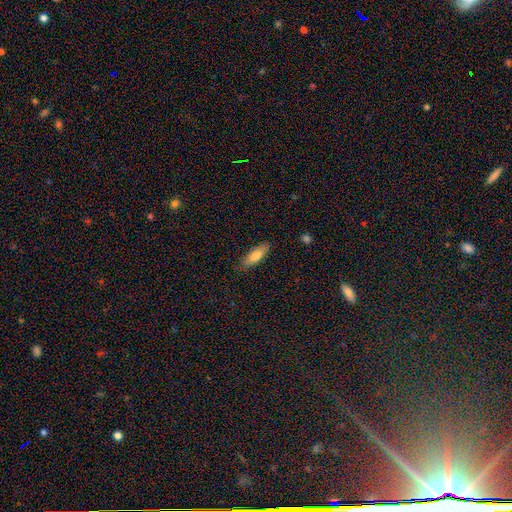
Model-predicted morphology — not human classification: smooth 74%, featured or disk 20%, star or artifact 6%. Down the decision tree: how rounded — in between (49%, tied with cigar-shaped); merging — none (85%).